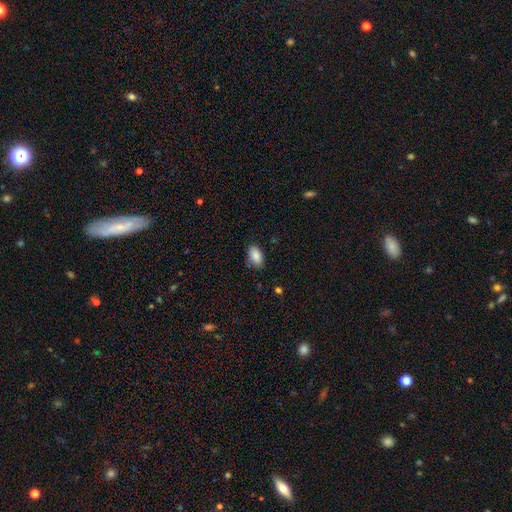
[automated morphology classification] Smooth or featured: smooth — 88% (star or artifact — 7%)
How rounded: in between — 92% (round — 5%)
Merging: none — 80% (minor disturbance — 15%)